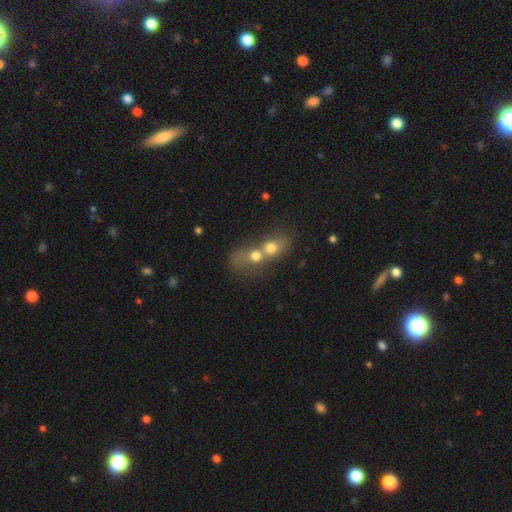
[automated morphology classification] Smooth or featured?
  - smooth: 64% *
  - featured or disk: 24%
  - star or artifact: 12%
How rounded?
  - round: 57% *
  - in between: 40%
  - cigar-shaped: 3%
Merging?
  - merger: 80% *
  - none: 12%
  - major disturbance: 5%
  - minor disturbance: 4%